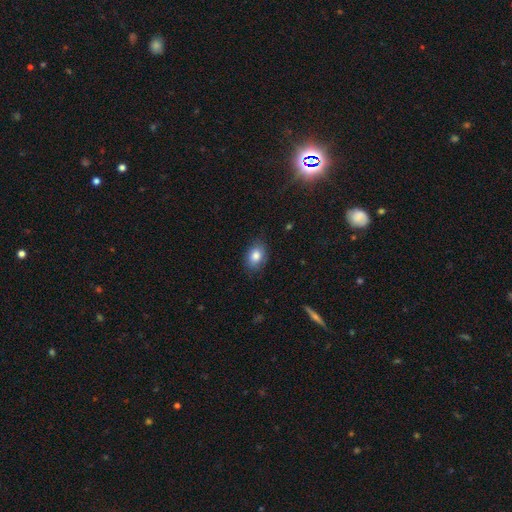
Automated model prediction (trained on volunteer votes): A smooth galaxy with no disk features (81%) that is in between round and cigar-shaped (77%).

Vote fractions:
- Smooth or featured? smooth: 81% / featured or disk: 10% / star or artifact: 8%
- How rounded? in between: 77% / round: 21% / cigar-shaped: 1%
- Merging? none: 78% / minor disturbance: 17% / major disturbance: 4% / merger: 1%